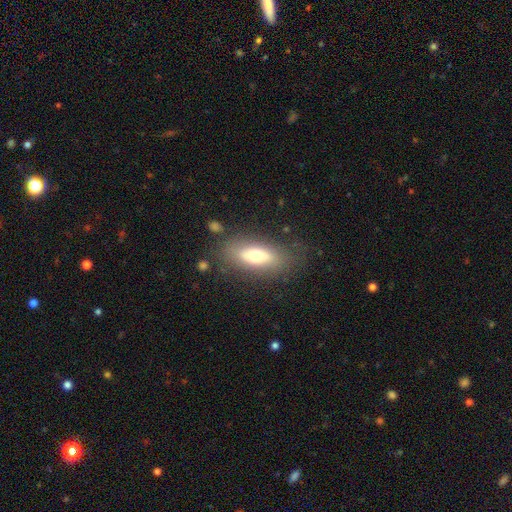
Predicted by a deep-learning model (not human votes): A smooth galaxy with no disk features (62%) that is in between round and cigar-shaped (77%). Merging: none (77%).